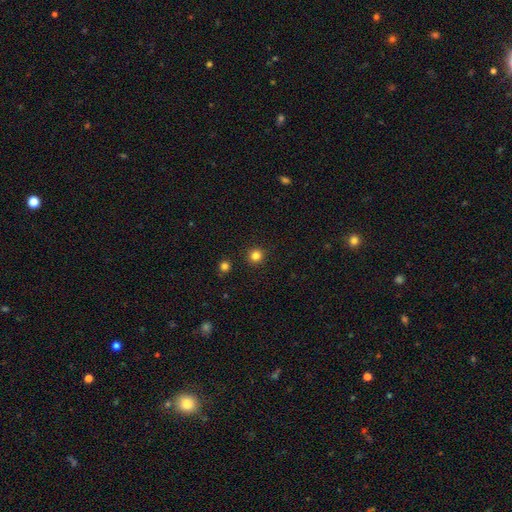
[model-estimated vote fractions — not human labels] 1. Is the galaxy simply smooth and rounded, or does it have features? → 82% smooth, 14% star or artifact, 4% featured or disk.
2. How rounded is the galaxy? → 94% round, 5% in between, 1% cigar-shaped.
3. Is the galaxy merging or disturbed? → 92% none, 4% minor disturbance, 2% major disturbance, 2% merger.